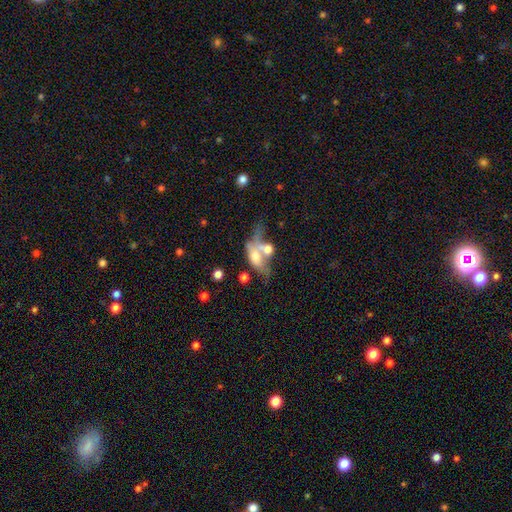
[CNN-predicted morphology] Smooth or featured: smooth — 46% (featured or disk — 44%)
Merging: merger — 52% (major disturbance — 20%)